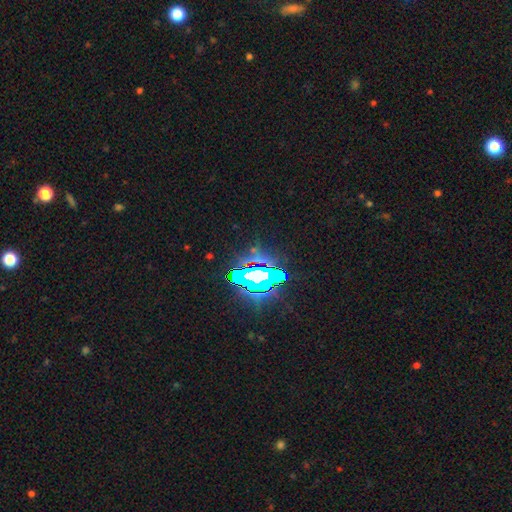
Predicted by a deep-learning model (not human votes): Q: Smooth or featured?
A: star or artifact (77%); runner-up: smooth (12%)